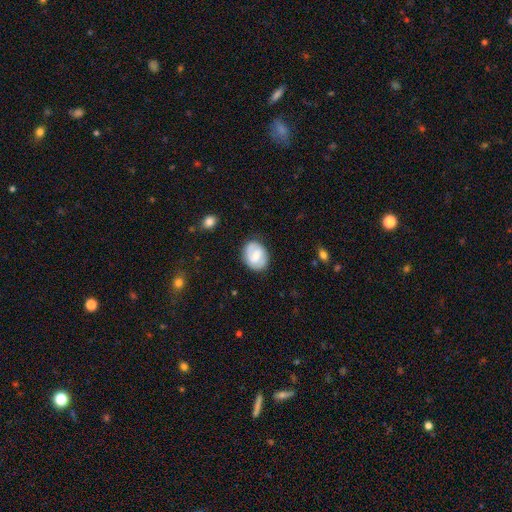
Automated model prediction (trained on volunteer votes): This appears to be a smooth galaxy with no disk features (52%) that is in between round and cigar-shaped (60%). Merging: none (82%).